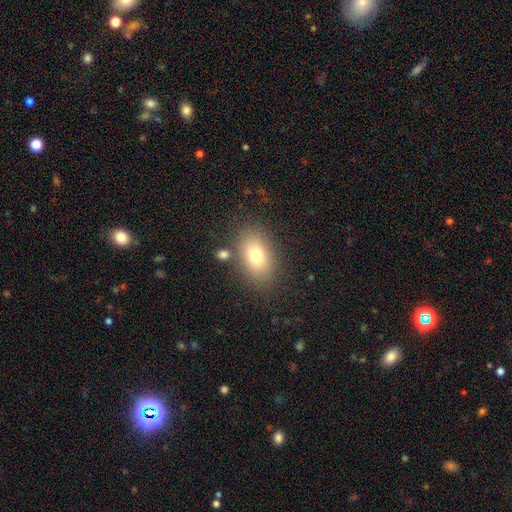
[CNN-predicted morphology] Smooth or featured? smooth (75%)
How rounded? in between (84%)
Merging? none (78%)